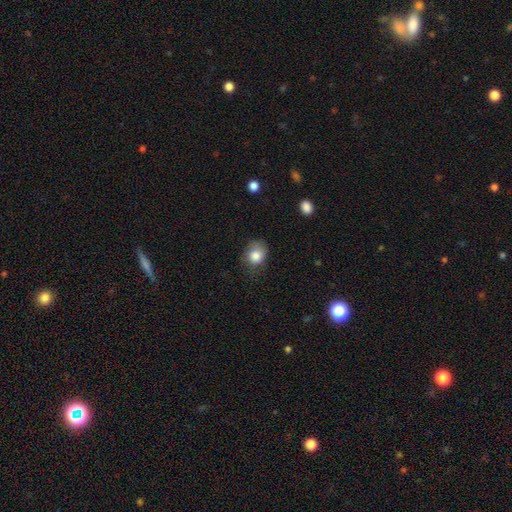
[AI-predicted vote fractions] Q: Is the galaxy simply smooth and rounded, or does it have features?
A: smooth — 82%.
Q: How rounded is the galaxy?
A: round — 58%.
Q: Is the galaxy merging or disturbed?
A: none — 54%.